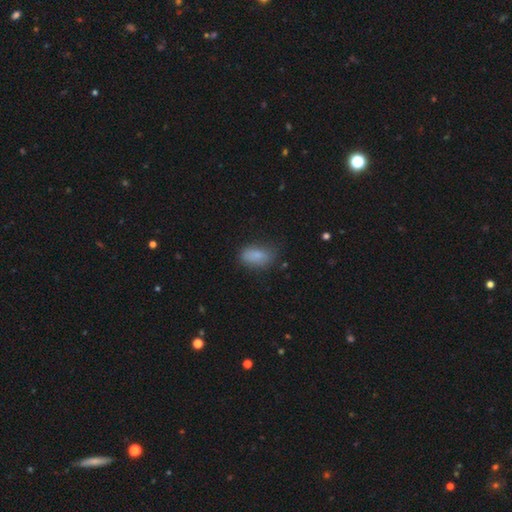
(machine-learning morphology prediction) This is clearly a smooth galaxy (83%). How rounded: clearly in between (89%). Merging: likely none (67%).